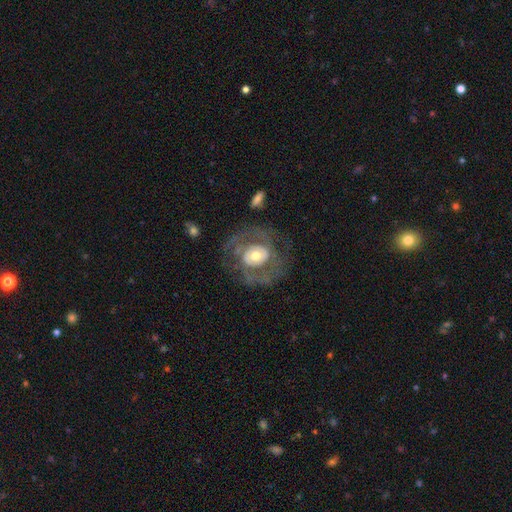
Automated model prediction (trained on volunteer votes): This is likely a featured or disk galaxy (74%). It is clearly not viewed edge-on (96%). Bar: likely no (71%). Spiral arm pattern: likely yes (65%). Central bulge: likely moderate (62%). Merging: likely none (62%).